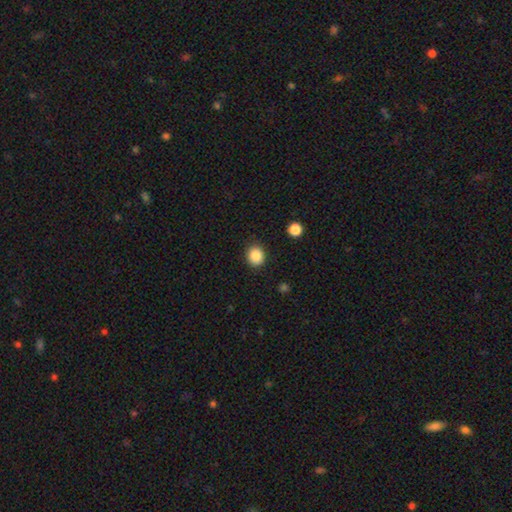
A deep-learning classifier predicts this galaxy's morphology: smooth 87%, star or artifact 10%, featured or disk 3%. Down the decision tree: how rounded — round (78%); merging — none (88%).